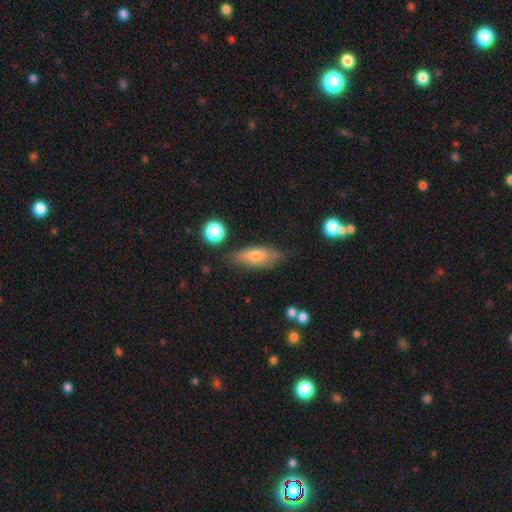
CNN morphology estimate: Smooth or featured? Predicted: smooth (p=0.64). How rounded? Predicted: in between (p=0.56). Merging? Predicted: none (p=0.77).